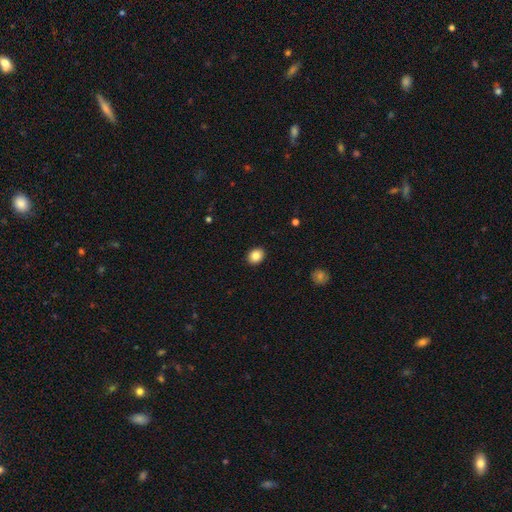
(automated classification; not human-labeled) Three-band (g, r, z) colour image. It shows a smooth galaxy with no disk features (85%) that is round (50%). Merging: none (91%).